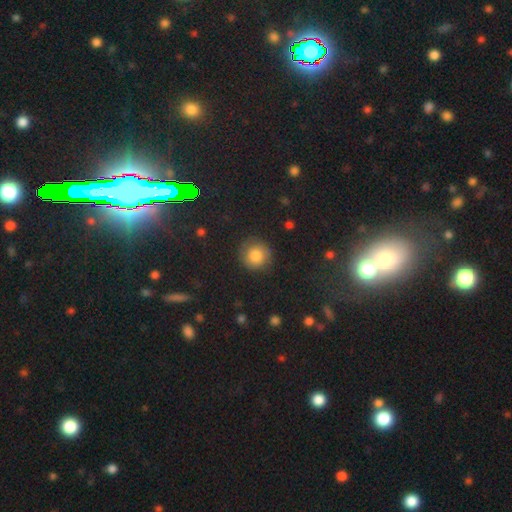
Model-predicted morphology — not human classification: Q: Smooth or featured?
A: smooth (76%); runner-up: star or artifact (14%)
Q: How rounded?
A: round (92%); runner-up: in between (7%)
Q: Merging?
A: none (85%); runner-up: minor disturbance (10%)